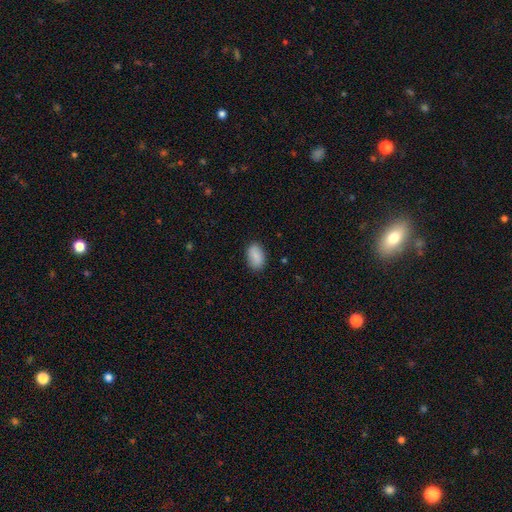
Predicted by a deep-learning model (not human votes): smooth 88%, star or artifact 7%, featured or disk 5%. Down the decision tree: how rounded — in between (91%); merging — none (85%).